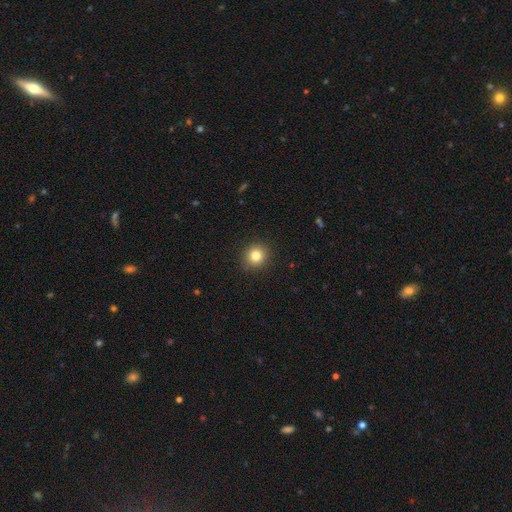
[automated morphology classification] type=smooth (82%); roundness=round (87%); merging=none (91%).